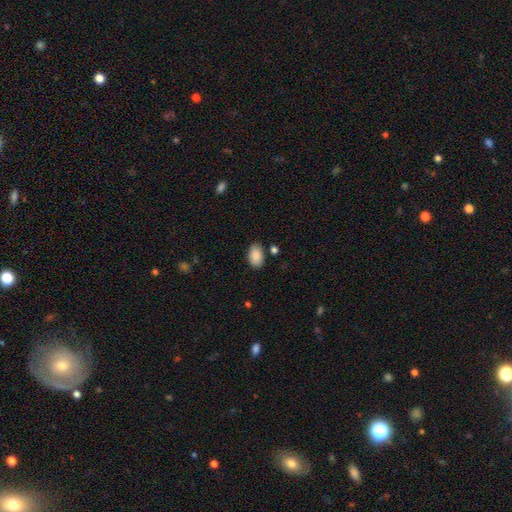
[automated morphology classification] Overall: smooth (89%). How rounded: in between (90%). Merging: none (83%).